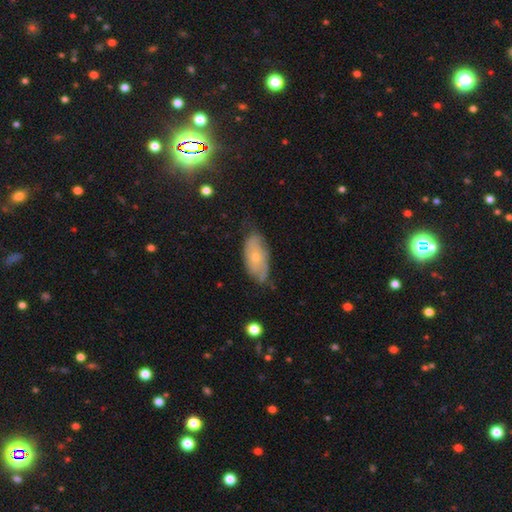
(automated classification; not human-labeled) Q: Smooth or featured?
A: featured or disk (47%); runner-up: smooth (43%)
Q: Merging?
A: none (63%); runner-up: minor disturbance (29%)